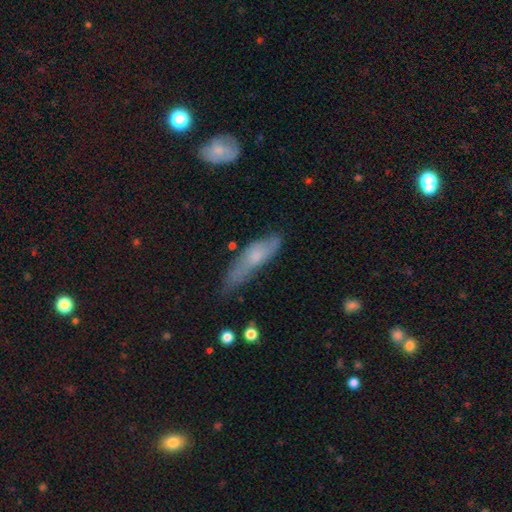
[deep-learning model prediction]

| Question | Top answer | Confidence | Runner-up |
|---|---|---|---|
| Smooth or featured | smooth | 55% | featured or disk (38%) |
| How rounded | cigar-shaped | 66% | in between (32%) |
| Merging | none | 47% | minor disturbance (35%) |